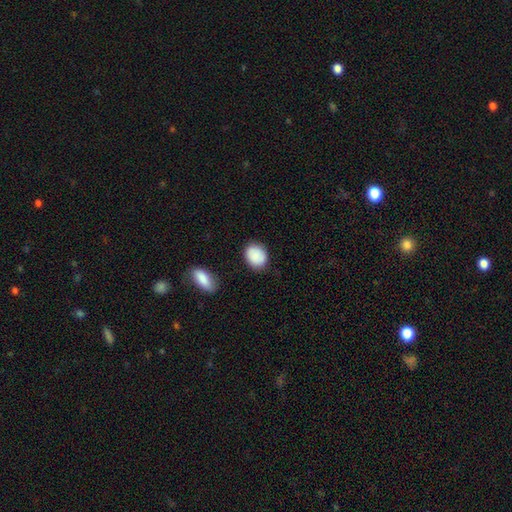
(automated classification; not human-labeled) Morphology: type=smooth (88%); roundness=round (53%); merging=none (83%).